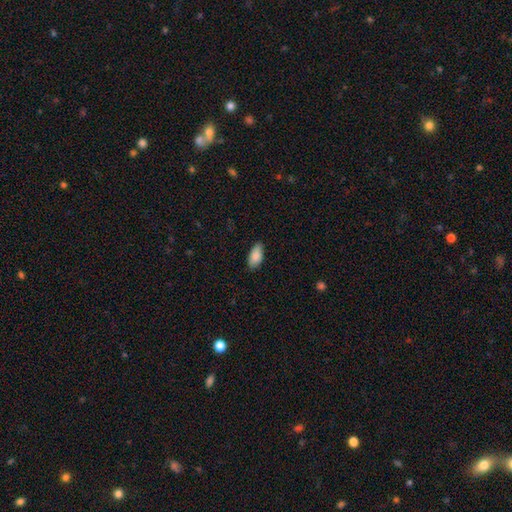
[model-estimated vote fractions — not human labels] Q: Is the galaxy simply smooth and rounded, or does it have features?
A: smooth — 88%.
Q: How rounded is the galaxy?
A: in between — 90%.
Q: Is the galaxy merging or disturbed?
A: none — 82%.